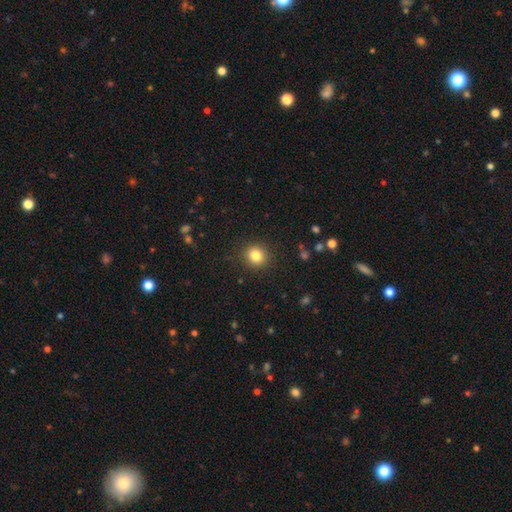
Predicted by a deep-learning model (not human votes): Smooth or featured?
  - smooth: 82% *
  - star or artifact: 12%
  - featured or disk: 6%
How rounded?
  - round: 88% *
  - in between: 11%
  - cigar-shaped: 1%
Merging?
  - none: 90% *
  - minor disturbance: 6%
  - major disturbance: 2%
  - merger: 1%